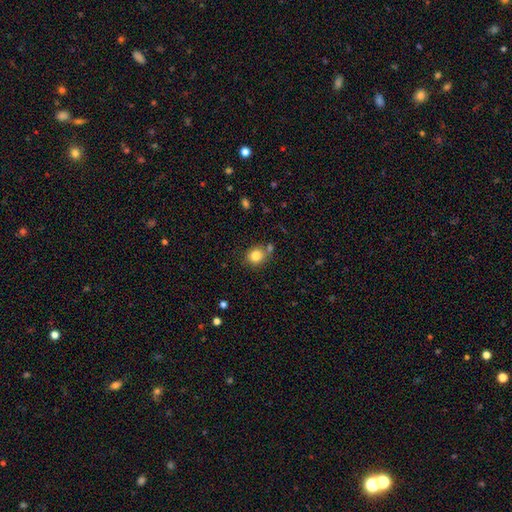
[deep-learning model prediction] smooth_or_featured: smooth (p=0.83) [alt: star or artifact p=0.11]
how_rounded: round (p=0.77) [alt: in between p=0.22]
merging: none (p=0.70) [alt: merger p=0.13]